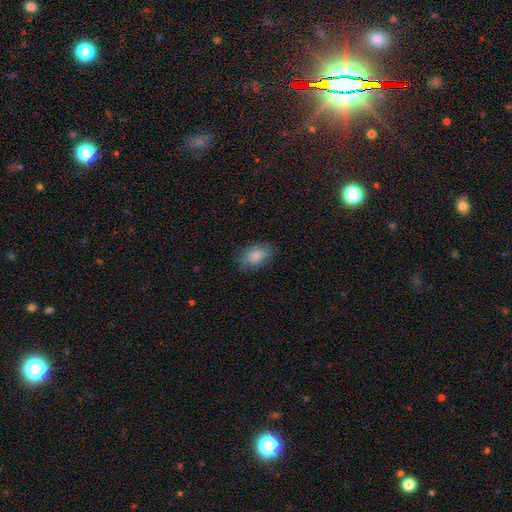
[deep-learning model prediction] smooth_or_featured: smooth (p=0.84) [alt: featured or disk p=0.09]
how_rounded: in between (p=0.86) [alt: round p=0.12]
merging: none (p=0.77) [alt: minor disturbance p=0.17]